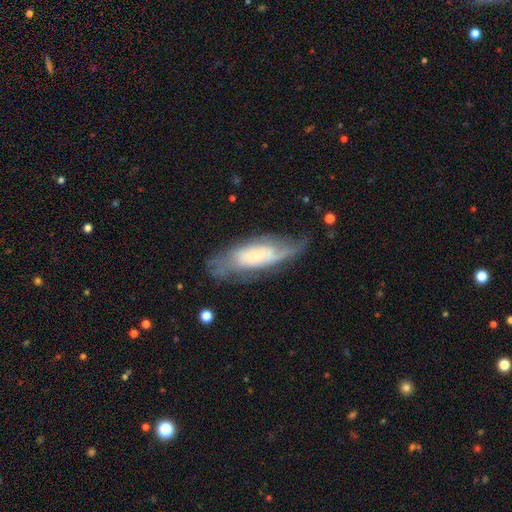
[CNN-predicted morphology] The model was most divided on "merging": none: 54%, minor disturbance: 25%, major disturbance: 18%, merger: 3%. More confident: edge-on disk — no (79%); smooth or featured — featured or disk (62%).